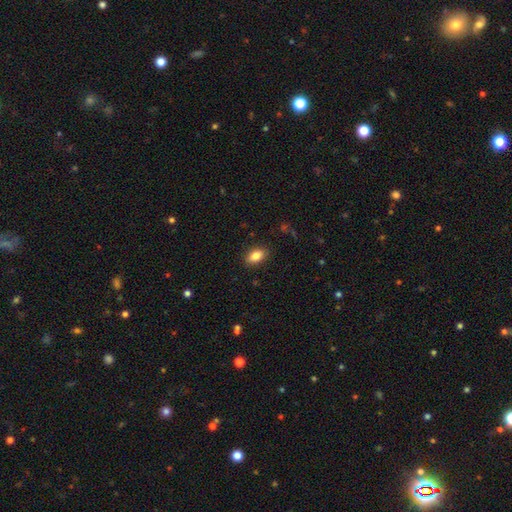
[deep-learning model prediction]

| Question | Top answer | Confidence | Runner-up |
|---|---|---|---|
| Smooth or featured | smooth | 84% | featured or disk (8%) |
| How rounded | in between | 89% | round (8%) |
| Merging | none | 88% | minor disturbance (9%) |